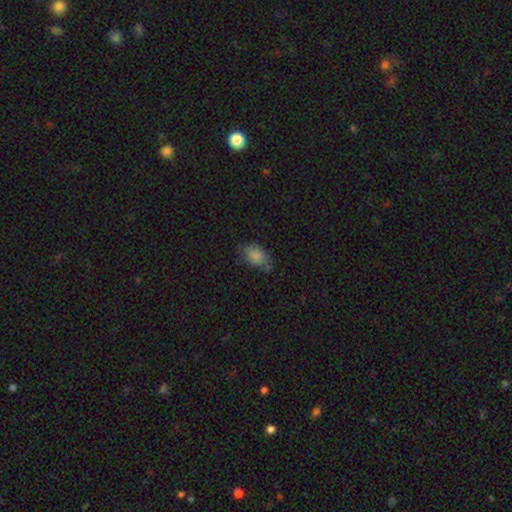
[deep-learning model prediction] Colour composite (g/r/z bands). It shows a smooth galaxy with no disk features (82%) that is in between round and cigar-shaped (82%). Merging: none (64%).